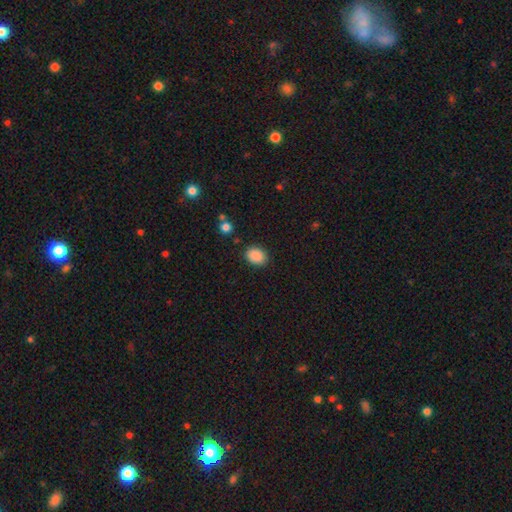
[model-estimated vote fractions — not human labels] smooth_or_featured: smooth (p=0.89) [alt: star or artifact p=0.08]
how_rounded: in between (p=0.62) [alt: round p=0.37]
merging: none (p=0.87) [alt: minor disturbance p=0.09]